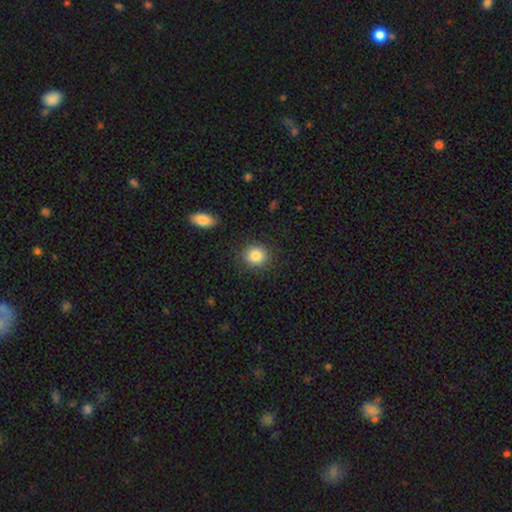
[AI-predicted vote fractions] smooth 85%, star or artifact 9%, featured or disk 6%. Down the decision tree: how rounded — round (81%); merging — none (87%).